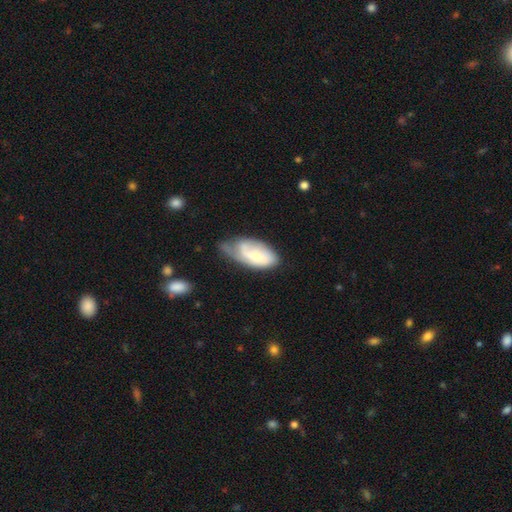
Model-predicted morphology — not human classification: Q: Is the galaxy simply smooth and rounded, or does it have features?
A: smooth — 51%.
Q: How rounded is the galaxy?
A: in between — 92%.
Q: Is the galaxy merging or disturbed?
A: minor disturbance — 39%.